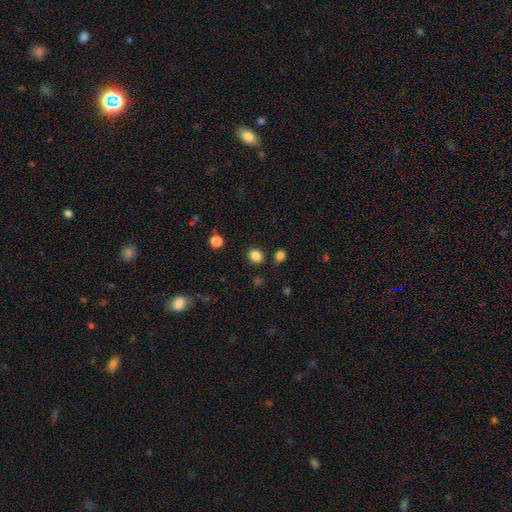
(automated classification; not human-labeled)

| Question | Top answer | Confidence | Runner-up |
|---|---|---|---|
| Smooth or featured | smooth | 85% | star or artifact (11%) |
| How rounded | round | 66% | in between (33%) |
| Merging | none | 85% | minor disturbance (8%) |